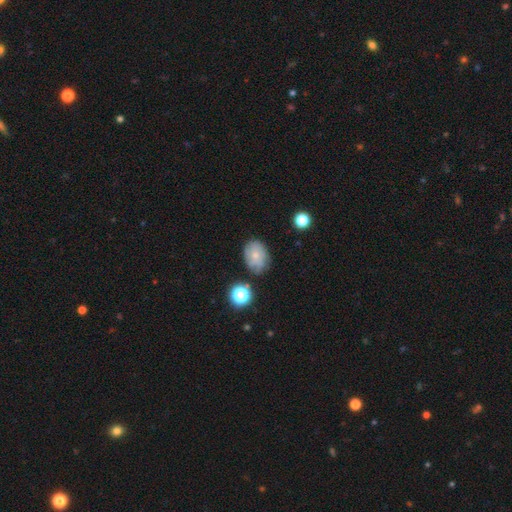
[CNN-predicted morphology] A smooth galaxy with no disk features (57%) that is in between round and cigar-shaped (67%).

Vote fractions:
- Smooth or featured? smooth: 57% / featured or disk: 31% / star or artifact: 11%
- How rounded? in between: 67% / round: 32% / cigar-shaped: 1%
- Merging? none: 66% / minor disturbance: 23% / major disturbance: 7% / merger: 4%